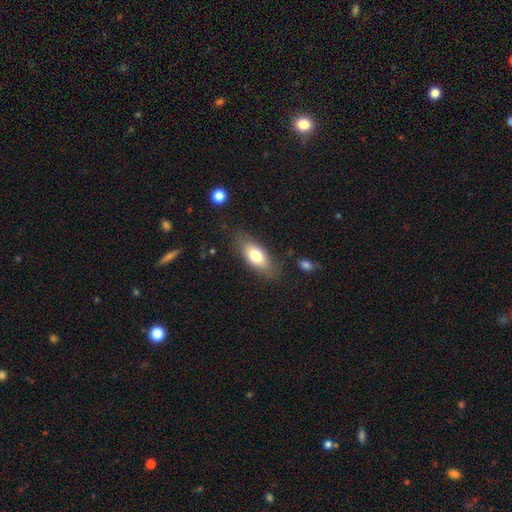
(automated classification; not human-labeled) smooth 74%, featured or disk 19%, star or artifact 7%. Down the decision tree: how rounded — in between (84%); merging — none (79%).